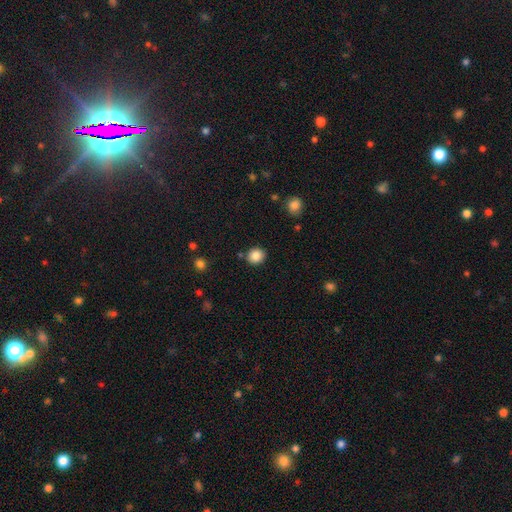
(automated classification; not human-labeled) smooth 86%, star or artifact 10%, featured or disk 4%. Down the decision tree: how rounded — round (80%); merging — none (86%).